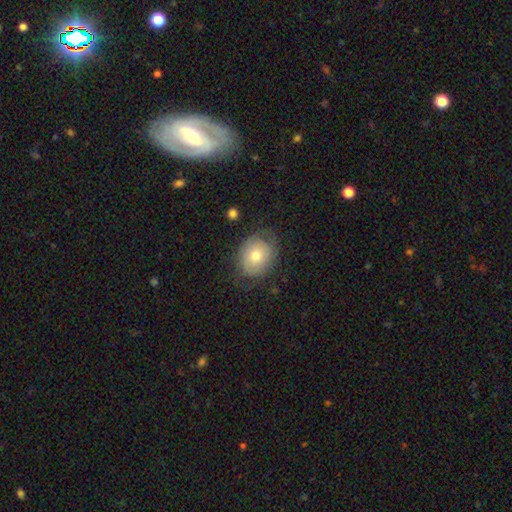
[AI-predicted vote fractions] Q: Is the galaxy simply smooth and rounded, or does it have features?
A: smooth — 64%.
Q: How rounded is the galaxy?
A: round — 62%.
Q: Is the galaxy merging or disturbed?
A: none — 71%.